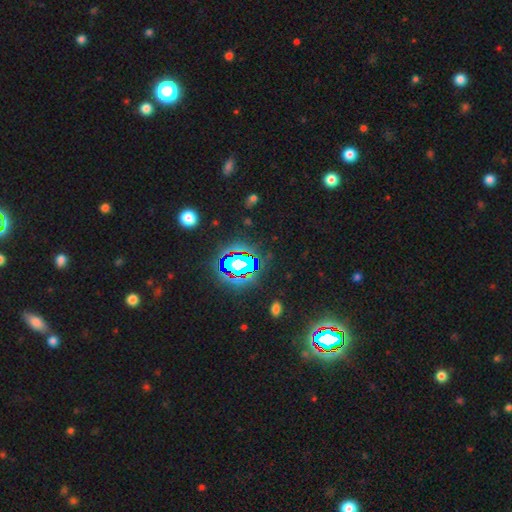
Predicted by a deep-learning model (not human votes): smooth-or-featured: star or artifact: 82% | smooth: 11% | featured or disk: 7%